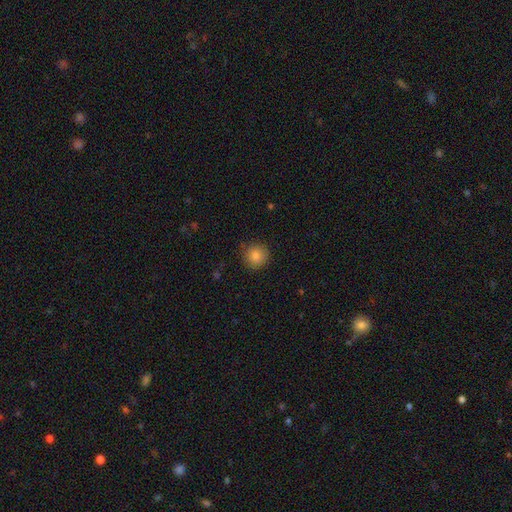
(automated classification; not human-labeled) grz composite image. It shows a smooth galaxy with no disk features (85%) that is round (93%). Merging: none (88%).